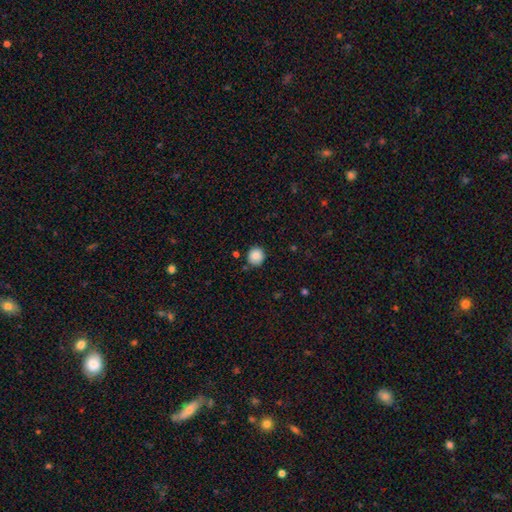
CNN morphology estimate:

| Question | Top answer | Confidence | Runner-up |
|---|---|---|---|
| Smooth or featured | smooth | 88% | star or artifact (9%) |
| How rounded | round | 92% | in between (7%) |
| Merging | none | 85% | minor disturbance (10%) |